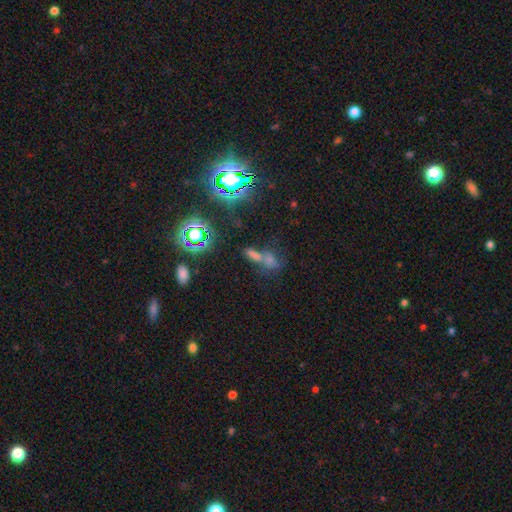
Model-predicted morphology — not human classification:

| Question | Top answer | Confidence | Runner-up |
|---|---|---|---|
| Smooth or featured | star or artifact | 44% | smooth (42%) |